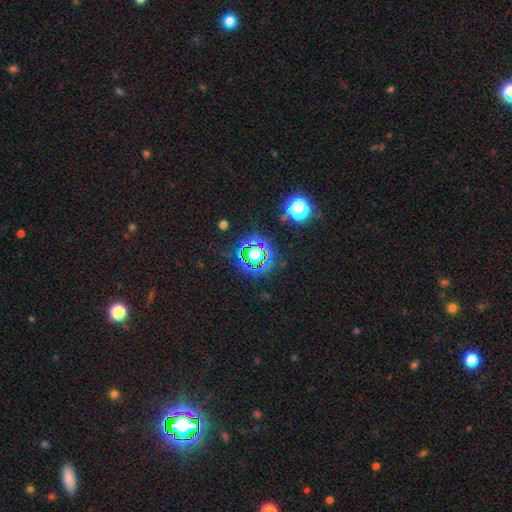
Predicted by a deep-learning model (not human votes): smooth_or_featured: star or artifact (p=0.66) [alt: smooth p=0.23]